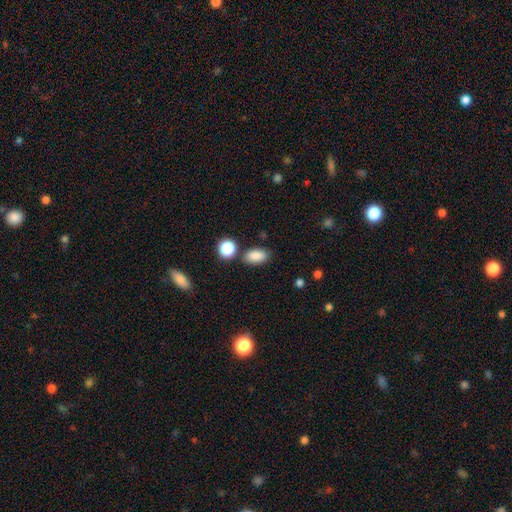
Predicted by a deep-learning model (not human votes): smooth_or_featured: smooth (p=0.86) [alt: star or artifact p=0.09]
how_rounded: in between (p=0.89) [alt: round p=0.08]
merging: none (p=0.78) [alt: minor disturbance p=0.12]